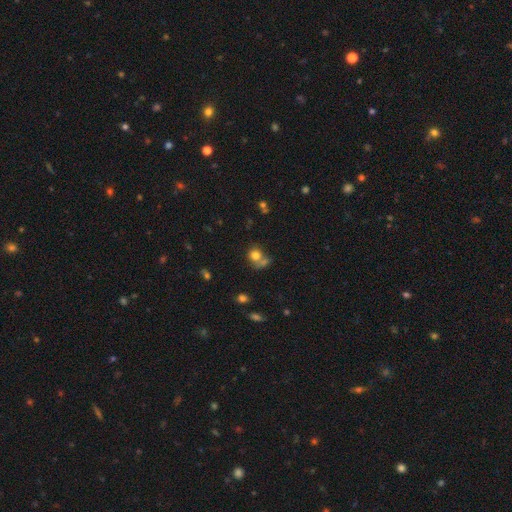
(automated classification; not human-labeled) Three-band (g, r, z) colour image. It shows a smooth galaxy with no disk features (77%) that is round (79%). Merging: none (46%).